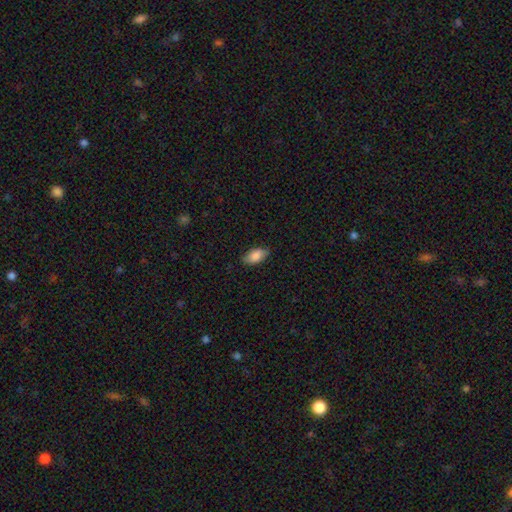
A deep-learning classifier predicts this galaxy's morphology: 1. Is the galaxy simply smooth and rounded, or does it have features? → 86% smooth, 8% featured or disk, 7% star or artifact.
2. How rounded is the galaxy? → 93% in between, 4% round, 3% cigar-shaped.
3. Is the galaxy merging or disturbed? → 83% none, 13% minor disturbance, 3% major disturbance, 1% merger.